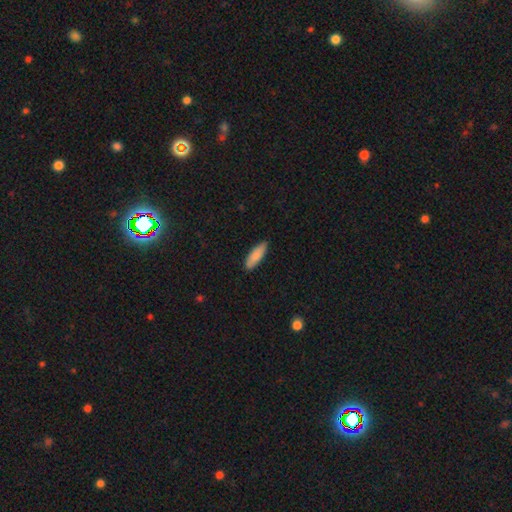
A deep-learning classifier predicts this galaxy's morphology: Smooth or featured? smooth (86%)
How rounded? cigar-shaped (50%)
Merging? none (87%)